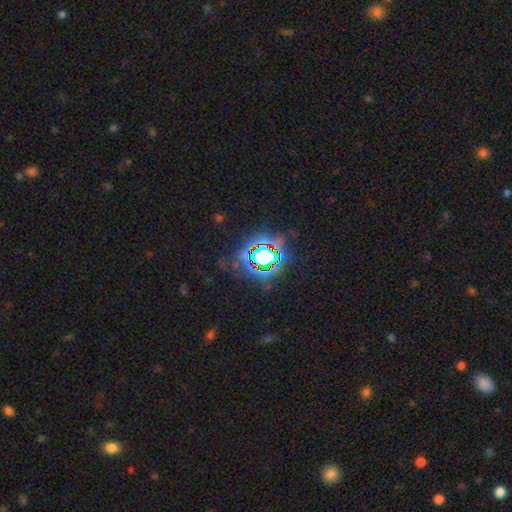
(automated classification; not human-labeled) star or artifact 75%, smooth 14%, featured or disk 11%.